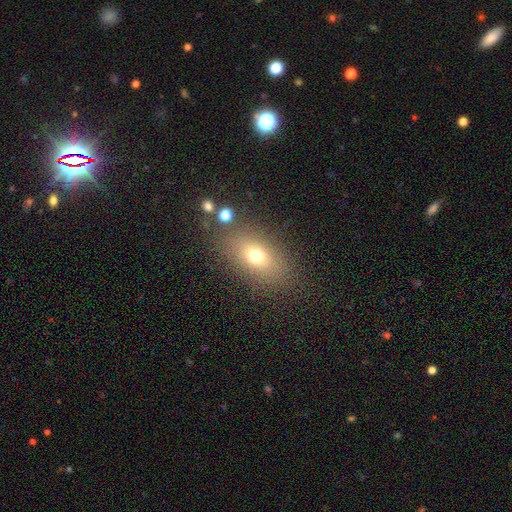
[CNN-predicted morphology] Smooth or featured? Predicted: smooth (p=0.69). How rounded? Predicted: in between (p=0.77). Merging? Predicted: none (p=0.81).